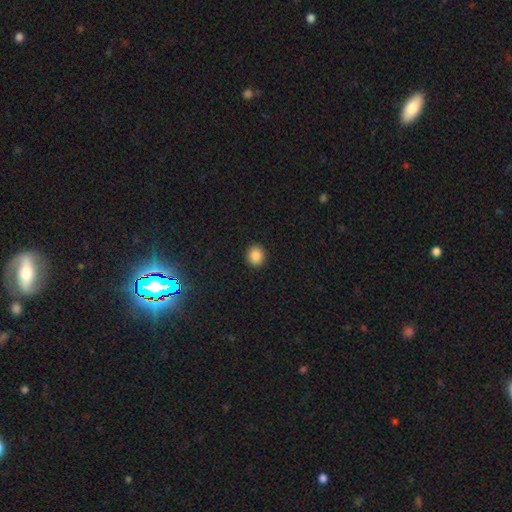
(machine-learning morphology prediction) smooth_or_featured: smooth (p=0.87) [alt: star or artifact p=0.10]
how_rounded: round (p=0.75) [alt: in between p=0.24]
merging: none (p=0.91) [alt: minor disturbance p=0.06]